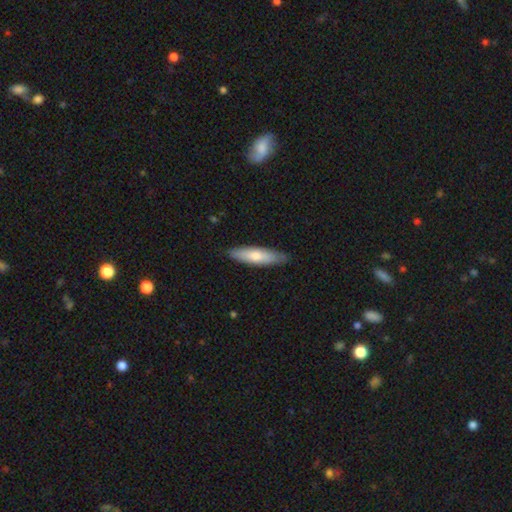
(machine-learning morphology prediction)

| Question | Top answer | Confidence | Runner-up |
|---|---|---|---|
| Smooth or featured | smooth | 71% | featured or disk (23%) |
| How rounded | cigar-shaped | 68% | in between (30%) |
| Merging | none | 86% | minor disturbance (11%) |